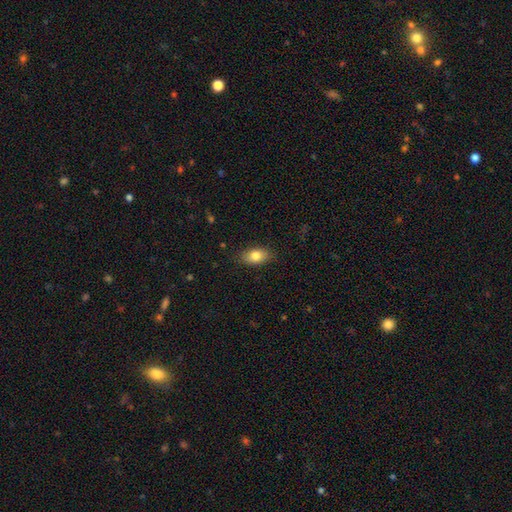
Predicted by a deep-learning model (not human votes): A smooth galaxy with no disk features (80%) that is in between round and cigar-shaped (89%).

Vote fractions:
- Smooth or featured? smooth: 80% / featured or disk: 12% / star or artifact: 8%
- How rounded? in between: 89% / round: 8% / cigar-shaped: 4%
- Merging? none: 85% / minor disturbance: 12% / major disturbance: 3% / merger: 1%